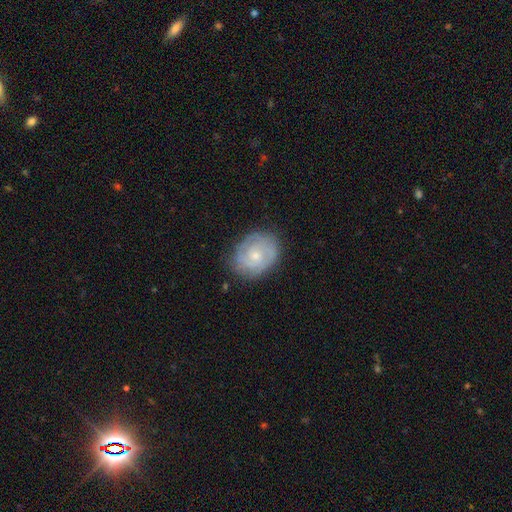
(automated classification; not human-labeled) featured or disk 68%, smooth 26%, star or artifact 6%. Down the decision tree: edge-on disk — no (97%); bar — no (73%); spiral arms — yes (84%); spiral arm count — can't tell (38%); spiral winding — tight (68%); bulge size — small (58%); merging — none (76%).